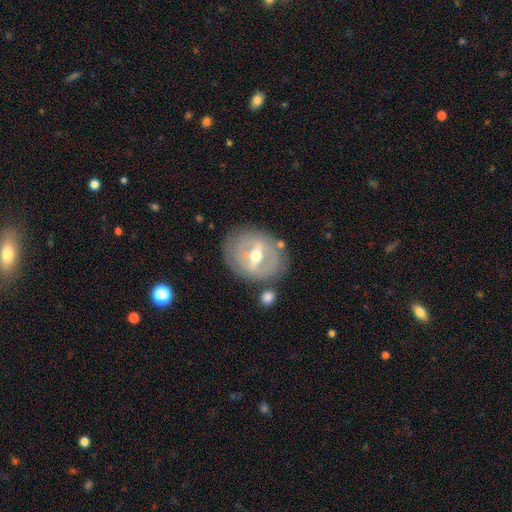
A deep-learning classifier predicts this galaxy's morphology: featured or disk 74%, smooth 20%, star or artifact 6%. Down the decision tree: edge-on disk — no (90%); bar — strong (58%); spiral arms — no (64%); bulge size — moderate (75%); merging — none (76%).